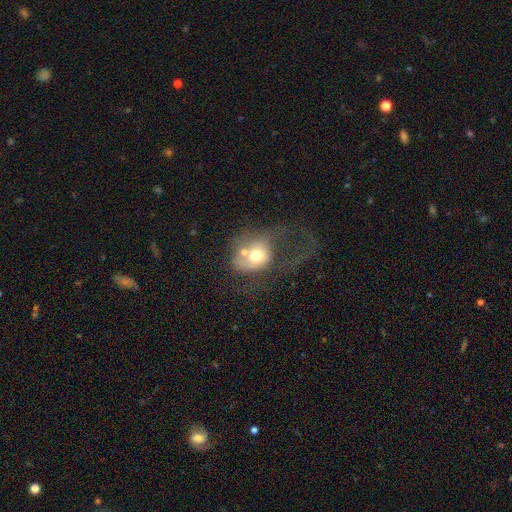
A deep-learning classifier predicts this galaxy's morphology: Smooth or featured? Predicted: smooth (p=0.55). How rounded? Predicted: round (p=0.54). Merging? Predicted: major disturbance (p=0.43).